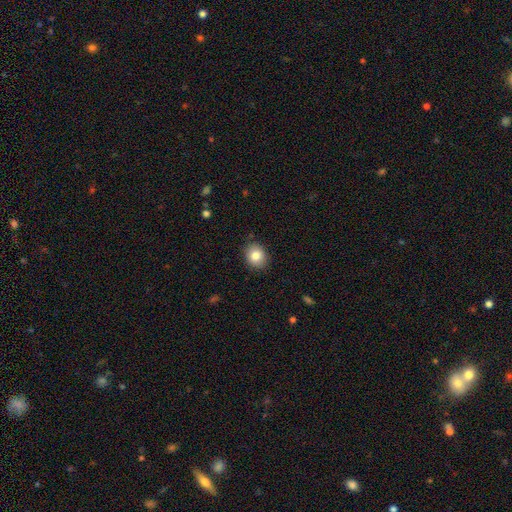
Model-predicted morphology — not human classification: A smooth galaxy with no disk features (83%) that is round (59%). Merging: none (87%).